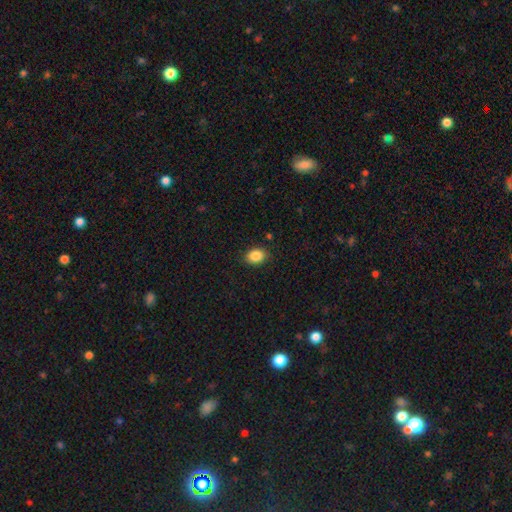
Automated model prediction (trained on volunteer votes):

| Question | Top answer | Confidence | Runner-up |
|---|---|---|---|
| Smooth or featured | smooth | 87% | star or artifact (9%) |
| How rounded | in between | 64% | round (35%) |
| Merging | none | 88% | minor disturbance (9%) |